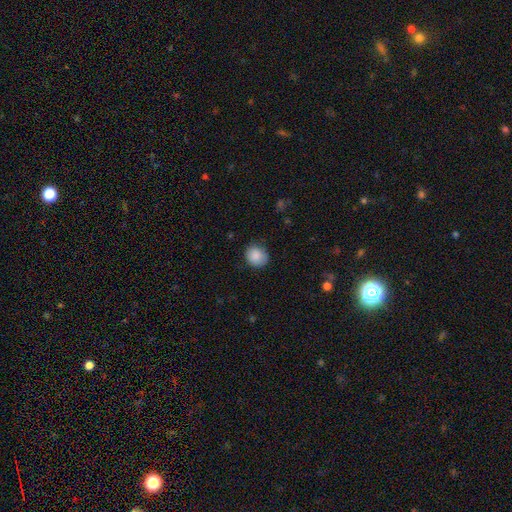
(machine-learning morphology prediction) This is clearly a smooth galaxy (87%). How rounded: likely round (71%). Merging: likely none (77%).